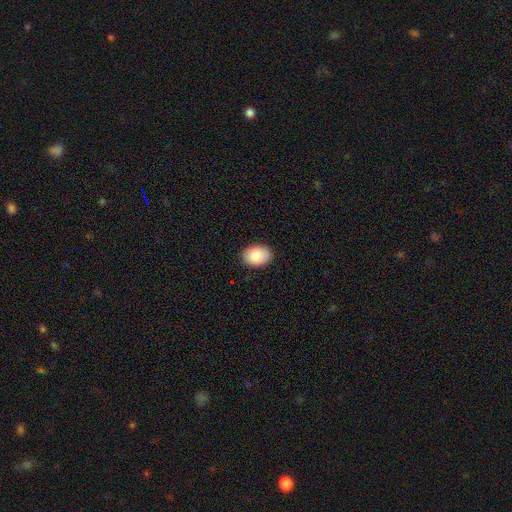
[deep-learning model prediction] A smooth galaxy with no disk features (89%) that is in between round and cigar-shaped (79%). Merging: none (88%).